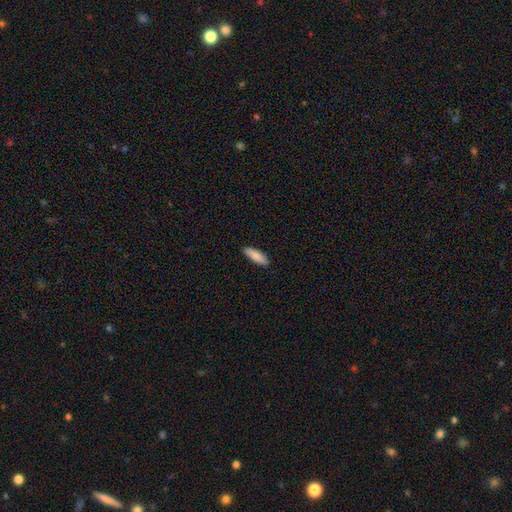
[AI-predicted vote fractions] Overall: smooth (86%). How rounded: cigar-shaped (54%; in between 45%). Merging: none (89%).